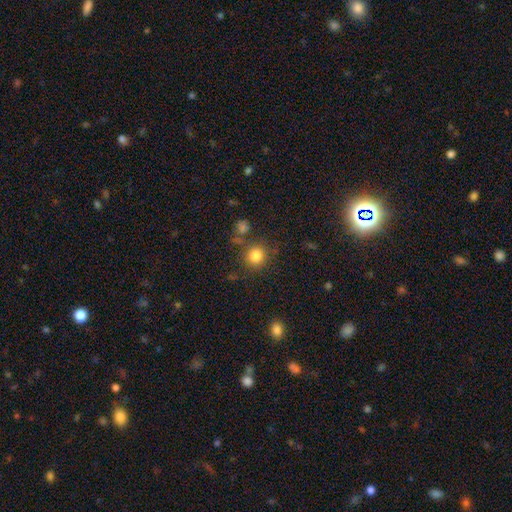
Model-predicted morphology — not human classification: The model was most divided on "merging": none: 77%, minor disturbance: 11%, merger: 8%, major disturbance: 5%. More confident: how rounded — round (90%); smooth or featured — smooth (82%).